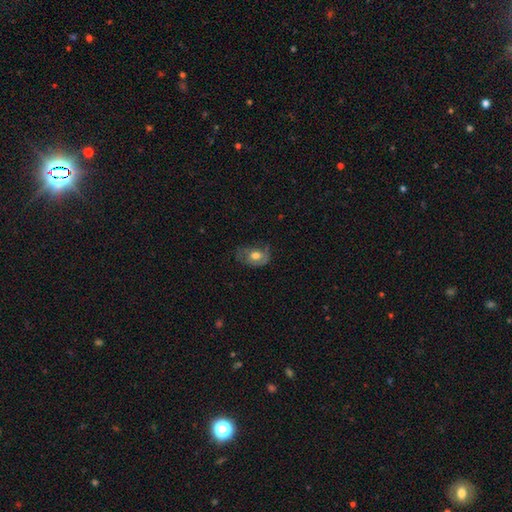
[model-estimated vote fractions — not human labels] Q: Smooth or featured?
A: smooth (58%); runner-up: featured or disk (34%)
Q: How rounded?
A: in between (75%); runner-up: round (24%)
Q: Merging?
A: none (44%); runner-up: minor disturbance (33%)